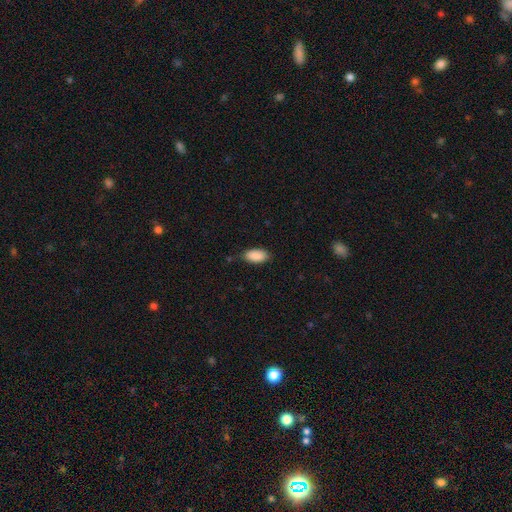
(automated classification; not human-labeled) smooth 90%, star or artifact 7%, featured or disk 4%. Down the decision tree: how rounded — in between (94%); merging — none (79%).